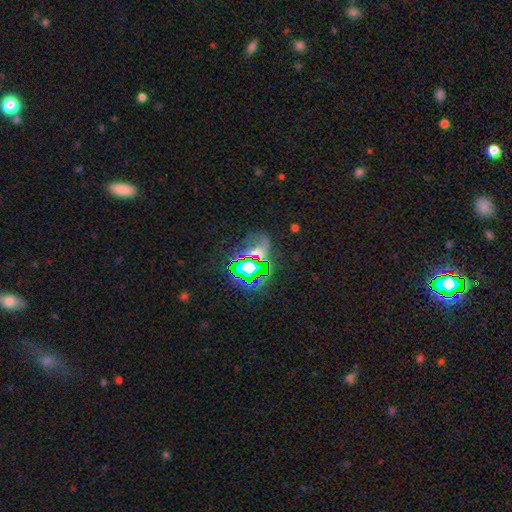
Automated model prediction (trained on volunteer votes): Smooth or featured? Predicted: star or artifact (p=0.59).